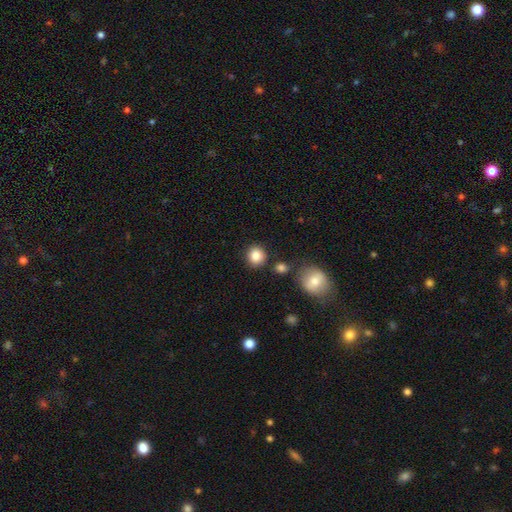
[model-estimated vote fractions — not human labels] This is clearly a smooth galaxy (86%). How rounded: clearly round (83%). Merging: clearly none (83%).